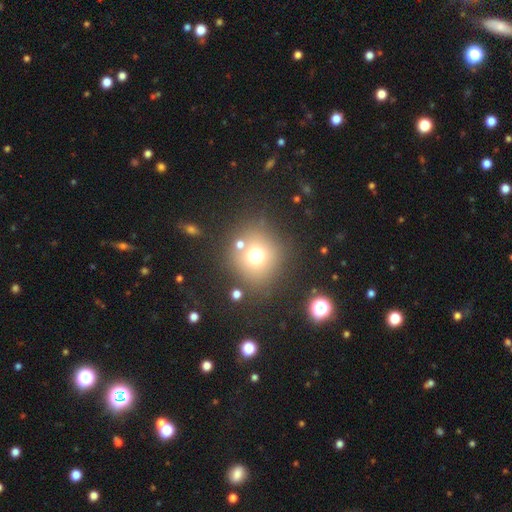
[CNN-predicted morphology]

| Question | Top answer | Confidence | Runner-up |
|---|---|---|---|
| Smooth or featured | smooth | 68% | star or artifact (18%) |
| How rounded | round | 88% | in between (11%) |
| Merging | none | 74% | merger (10%) |